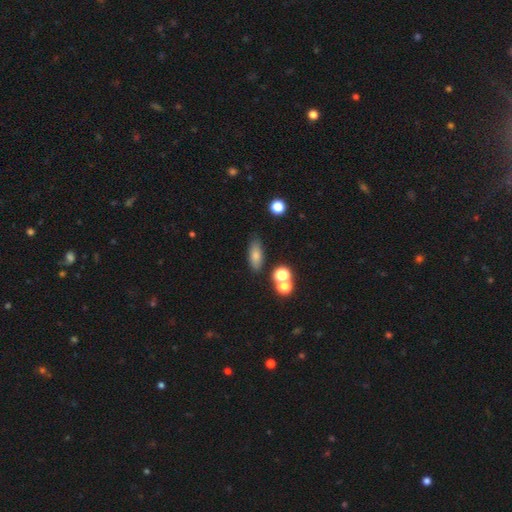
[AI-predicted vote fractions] Smooth or featured: smooth — 75% (featured or disk — 14%)
How rounded: in between — 66% (cigar-shaped — 27%)
Merging: none — 77% (minor disturbance — 13%)